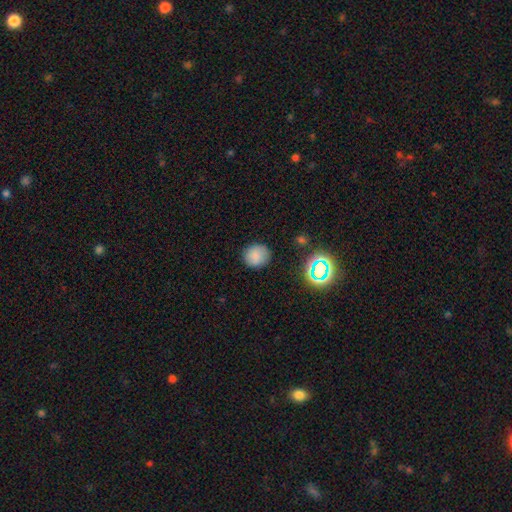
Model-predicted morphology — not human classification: Smooth or featured?
  - smooth: 80% *
  - star or artifact: 14%
  - featured or disk: 7%
How rounded?
  - round: 88% *
  - in between: 11%
  - cigar-shaped: 1%
Merging?
  - none: 86% *
  - minor disturbance: 10%
  - major disturbance: 3%
  - merger: 2%